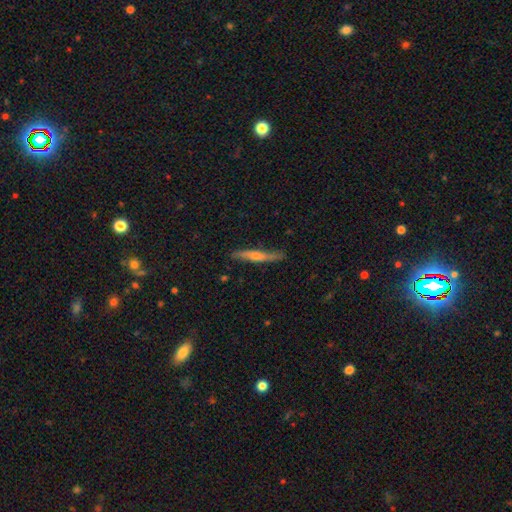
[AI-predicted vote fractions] Q: Smooth or featured?
A: featured or disk (54%); runner-up: smooth (40%)
Q: Edge-on disk?
A: yes (91%); runner-up: no (9%)
Q: Merging?
A: none (82%); runner-up: minor disturbance (14%)